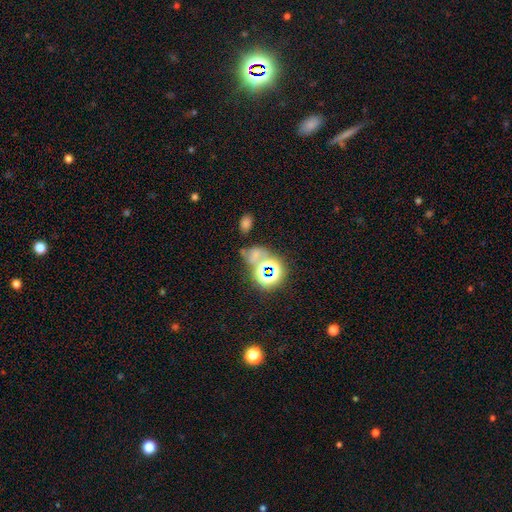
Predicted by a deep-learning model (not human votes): Smooth or featured? Predicted: star or artifact (p=0.48).